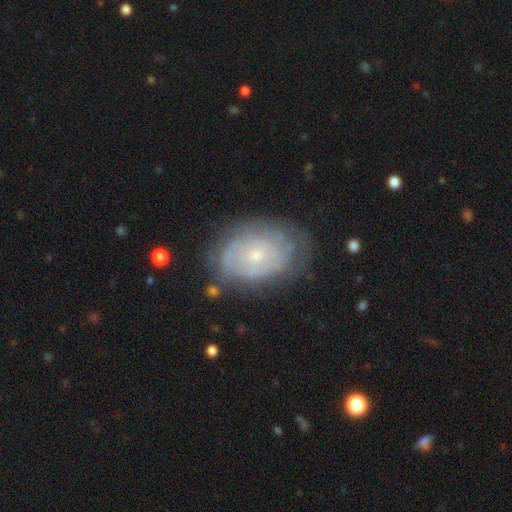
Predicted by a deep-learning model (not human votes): Overall: featured or disk (68%). Edge-on disk: no (96%). Bar: no (81%). Spiral arms: yes (74%). Bulge size: small (56%; moderate 38%). Merging: none (69%).